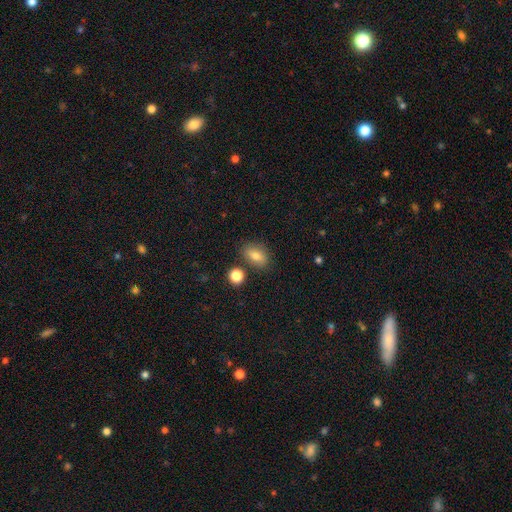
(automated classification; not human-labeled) smooth 78%, featured or disk 13%, star or artifact 9%. Down the decision tree: how rounded — in between (83%); merging — none (78%).